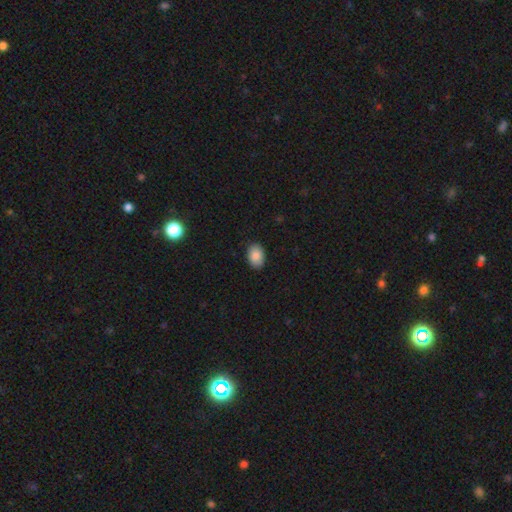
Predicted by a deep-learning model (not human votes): smooth_or_featured: smooth (p=0.87) [alt: star or artifact p=0.08]
how_rounded: in between (p=0.84) [alt: round p=0.15]
merging: none (p=0.89) [alt: minor disturbance p=0.08]